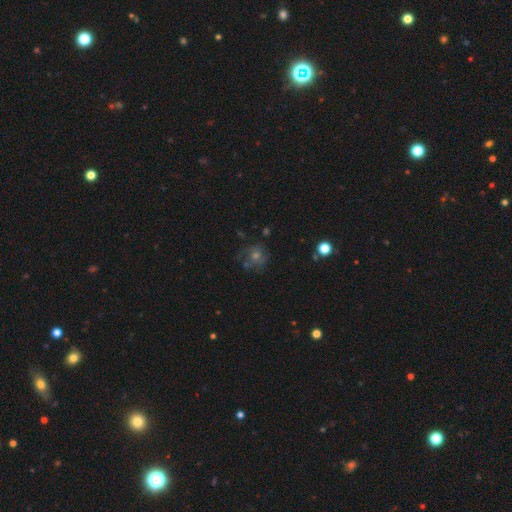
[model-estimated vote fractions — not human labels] This appears to be a smooth galaxy with no disk features (39%). Merging: none (69%).